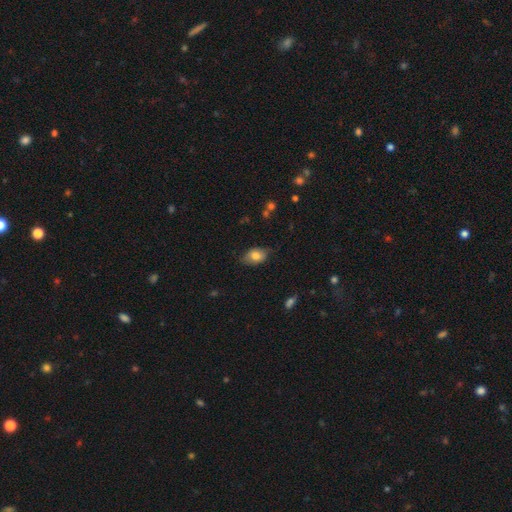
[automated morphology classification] Smooth or featured?
  - smooth: 78% *
  - featured or disk: 15%
  - star or artifact: 8%
How rounded?
  - in between: 87% *
  - round: 12%
  - cigar-shaped: 1%
Merging?
  - none: 76% *
  - minor disturbance: 20%
  - major disturbance: 3%
  - merger: 1%